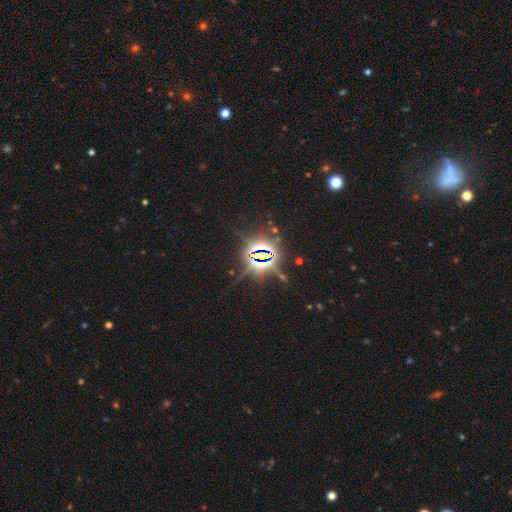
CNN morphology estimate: The model was most divided on "smooth or featured": star or artifact: 85%, featured or disk: 8%, smooth: 7%.